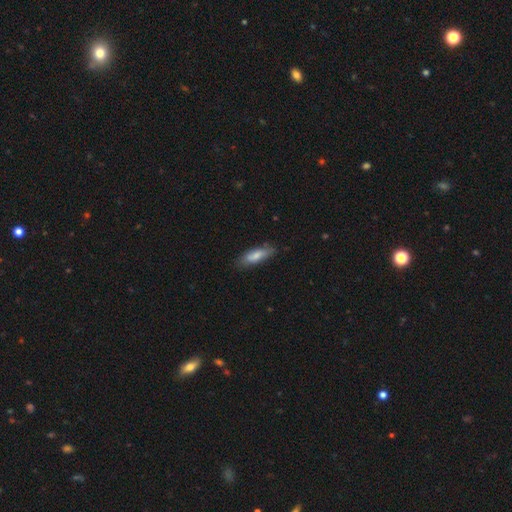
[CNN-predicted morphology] Smooth or featured? Predicted: smooth (p=0.76). How rounded? Predicted: in between (p=0.50). Merging? Predicted: none (p=0.76).